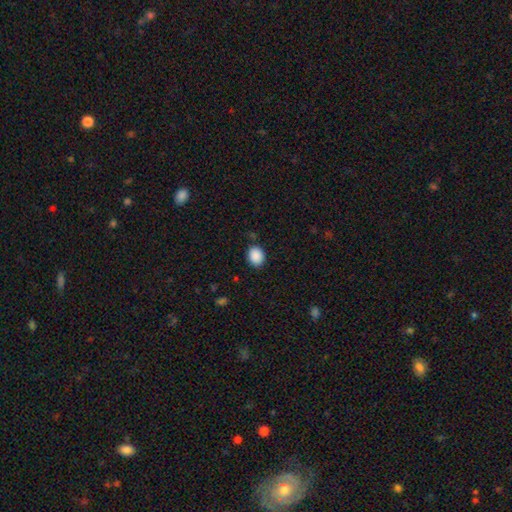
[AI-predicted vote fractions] Morphology: type=smooth (89%); roundness=round (51%); merging=none (86%).